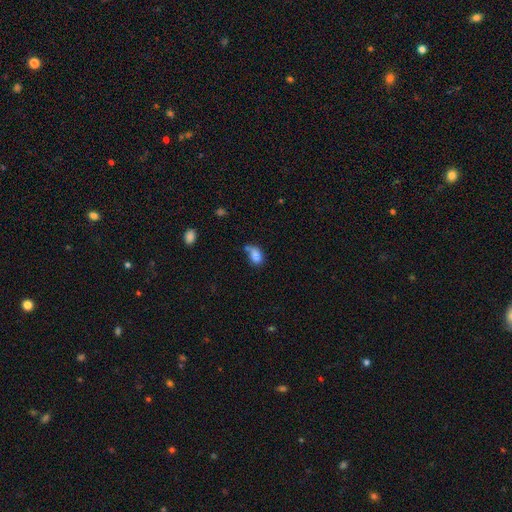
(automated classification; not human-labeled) This is likely a smooth galaxy (79%). How rounded: likely in between (78%). Merging: marginally none (39%).